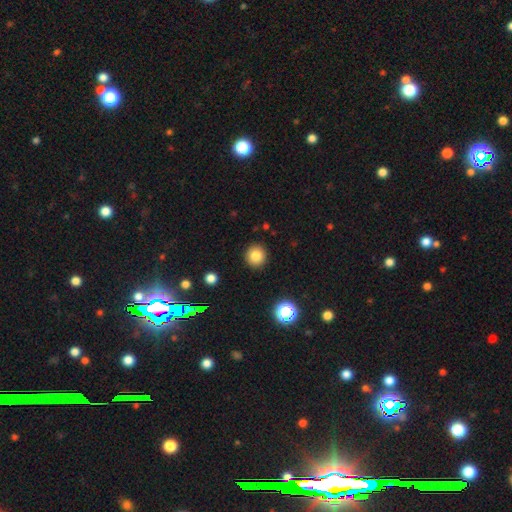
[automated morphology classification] Smooth or featured? Predicted: smooth (p=0.82). How rounded? Predicted: round (p=0.92). Merging? Predicted: none (p=0.91).